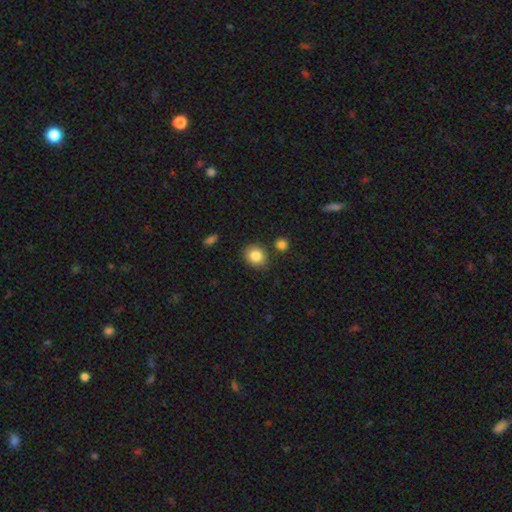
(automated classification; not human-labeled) Q: Smooth or featured?
A: smooth (84%); runner-up: star or artifact (9%)
Q: How rounded?
A: round (58%); runner-up: in between (41%)
Q: Merging?
A: none (82%); runner-up: minor disturbance (10%)